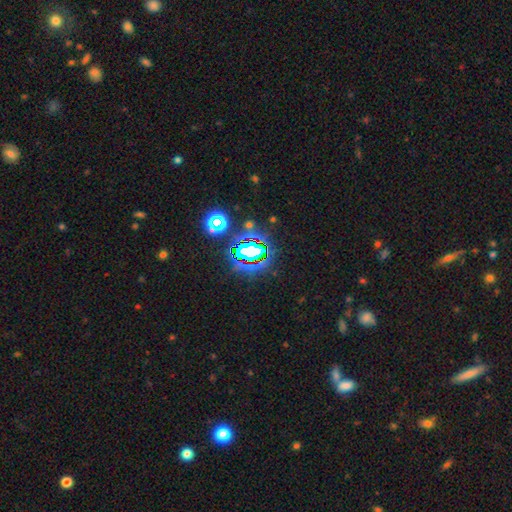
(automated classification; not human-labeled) Morphology: type=star or artifact (75%).